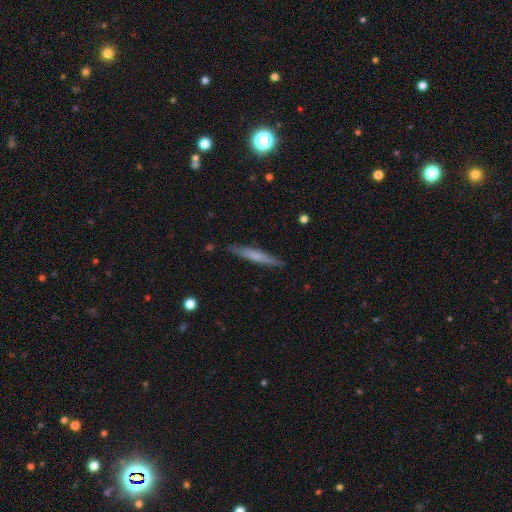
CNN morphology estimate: This appears to be a smooth galaxy with no disk features (55%) that is cigar-shaped (95%). Merging: none (89%).